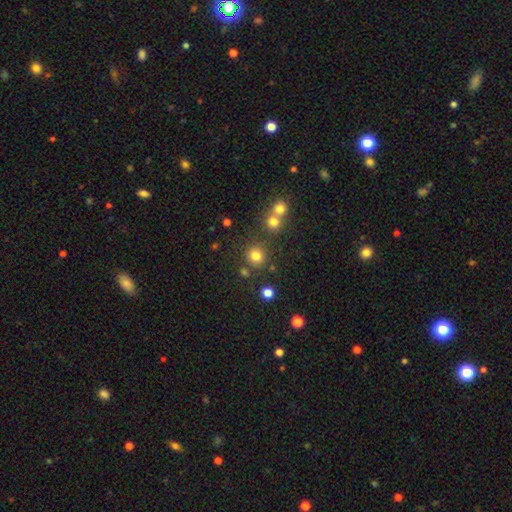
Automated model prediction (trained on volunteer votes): smooth_or_featured: smooth (p=0.78) [alt: star or artifact p=0.16]
how_rounded: round (p=0.90) [alt: in between p=0.09]
merging: none (p=0.79) [alt: merger p=0.10]